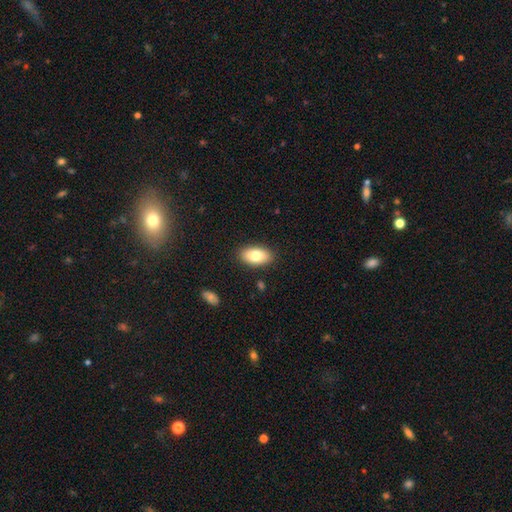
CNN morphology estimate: This appears to be a smooth galaxy with no disk features (79%) that is in between round and cigar-shaped (93%). Merging: none (88%).